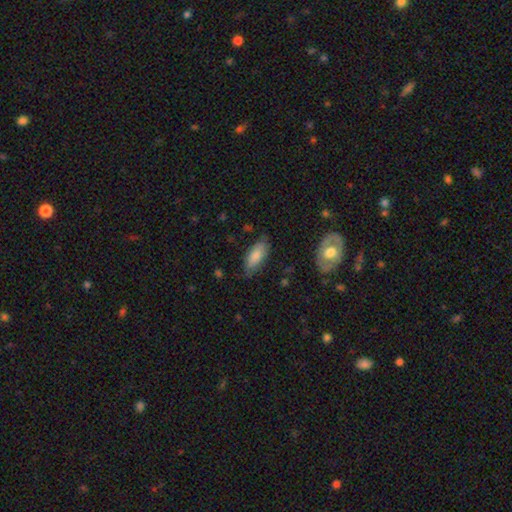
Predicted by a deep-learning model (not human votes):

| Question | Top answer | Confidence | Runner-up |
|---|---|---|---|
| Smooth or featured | smooth | 79% | featured or disk (15%) |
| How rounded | in between | 83% | cigar-shaped (15%) |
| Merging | none | 71% | minor disturbance (22%) |